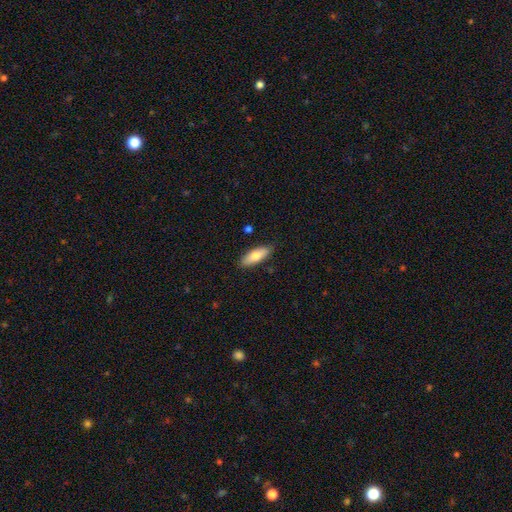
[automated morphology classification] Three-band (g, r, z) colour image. It shows a smooth galaxy with no disk features (76%) that is in between round and cigar-shaped (67%). Merging: none (86%).